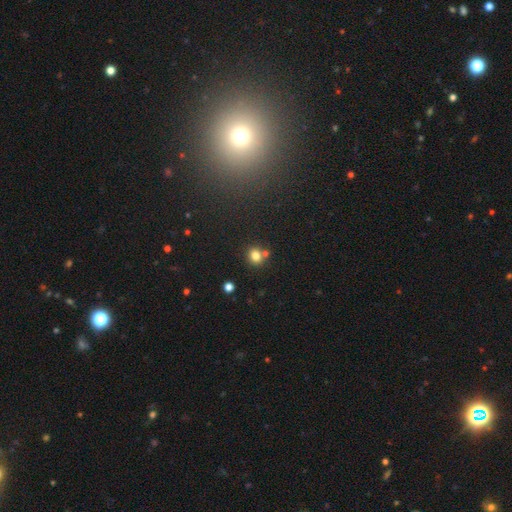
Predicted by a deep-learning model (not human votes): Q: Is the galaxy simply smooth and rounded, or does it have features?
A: smooth — 79%.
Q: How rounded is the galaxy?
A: round — 78%.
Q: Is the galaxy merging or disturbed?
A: none — 66%.